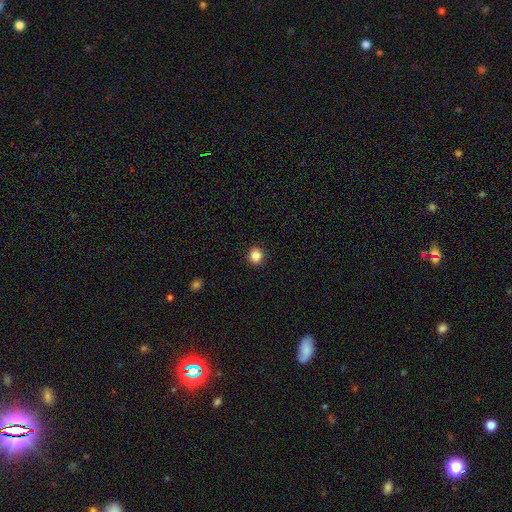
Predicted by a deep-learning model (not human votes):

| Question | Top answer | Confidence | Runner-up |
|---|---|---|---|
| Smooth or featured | smooth | 85% | star or artifact (11%) |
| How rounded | round | 87% | in between (12%) |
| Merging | none | 92% | minor disturbance (5%) |